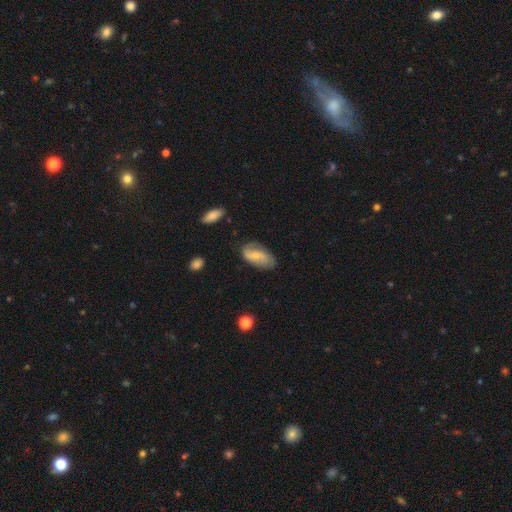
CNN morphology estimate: A featured or disk galaxy (56%) with a weak bar (46%), spiral arms (86%) and a small central bulge (57%).

Vote fractions:
- Smooth or featured? featured or disk: 56% / smooth: 37% / star or artifact: 7%
- Edge-on disk? no: 94% / yes: 6%
- Bar? weak: 46% / no: 40% / strong: 14%
- Spiral arms? yes: 86% / no: 14%
- Bulge size? small: 57% / moderate: 32% / none: 8% / large: 2% / dominant: 1%
- Merging? none: 69% / minor disturbance: 23% / major disturbance: 7% / merger: 2%